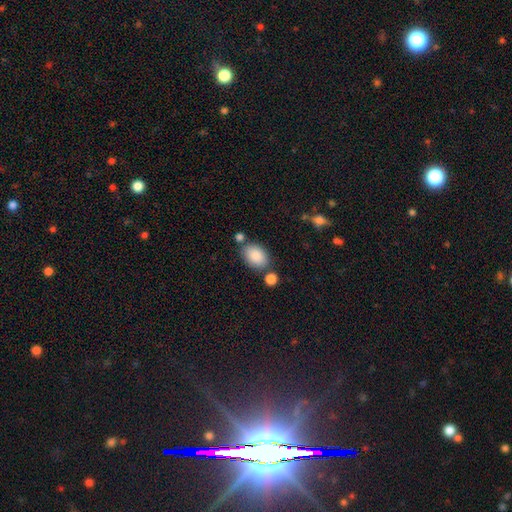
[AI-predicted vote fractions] This appears to be a smooth galaxy with no disk features (87%) that is in between round and cigar-shaped (86%). Merging: none (72%).